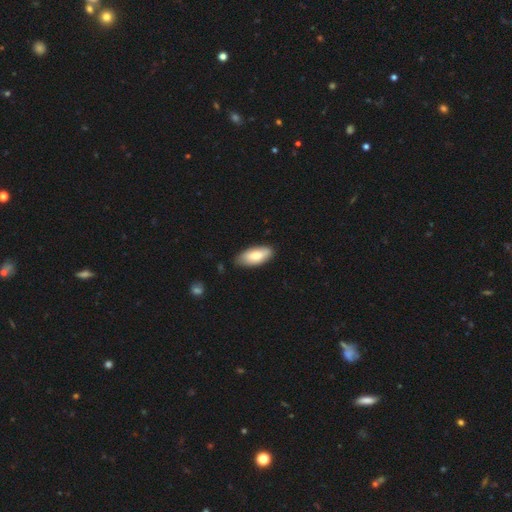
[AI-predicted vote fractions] Smooth or featured? Predicted: smooth (p=0.75). How rounded? Predicted: in between (p=0.89). Merging? Predicted: none (p=0.80).